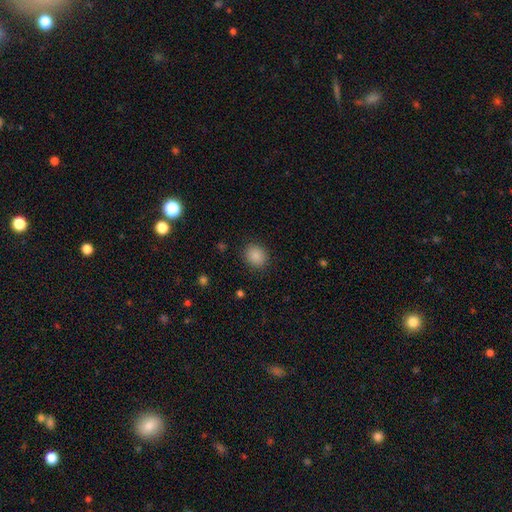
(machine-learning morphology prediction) A smooth galaxy with no disk features (87%) that is round (67%). Merging: none (88%).